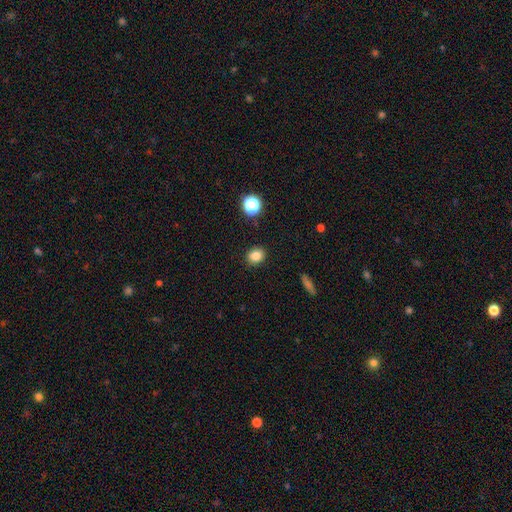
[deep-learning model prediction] Smooth or featured: smooth — 84% (star or artifact — 12%)
How rounded: round — 61% (in between — 38%)
Merging: none — 89% (minor disturbance — 7%)